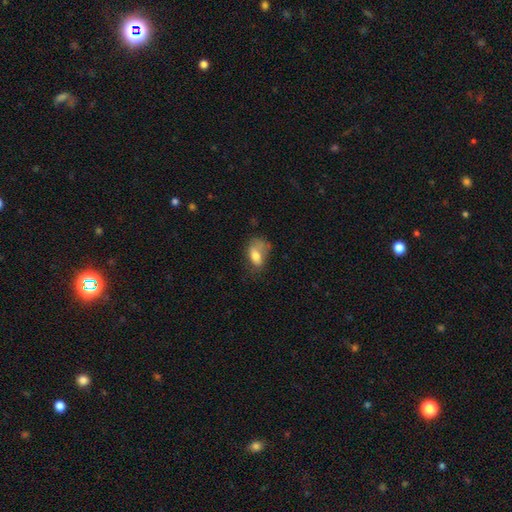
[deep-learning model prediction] Smooth or featured? smooth (72%)
How rounded? in between (88%)
Merging? none (33%)